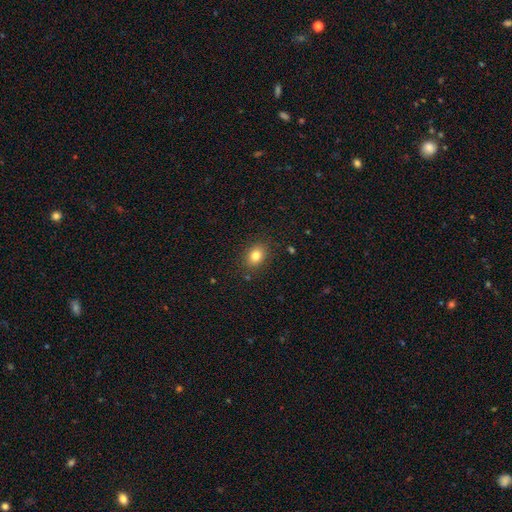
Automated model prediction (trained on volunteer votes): A smooth galaxy with no disk features (81%) that is in between round and cigar-shaped (58%). Merging: none (87%).